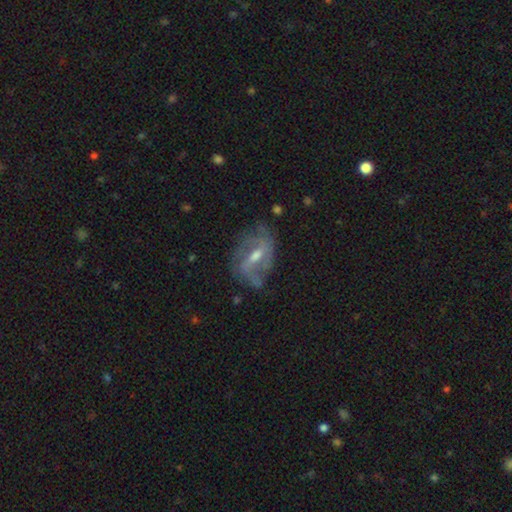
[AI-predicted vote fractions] Smooth or featured? Predicted: featured or disk (p=0.76). Edge-on disk? Predicted: no (p=0.94). Bar? Predicted: weak (p=0.48). Spiral arms? Predicted: yes (p=0.84). Spiral winding? Predicted: medium (p=0.41). Spiral arm count? Predicted: 2 (p=0.56). Bulge size? Predicted: moderate (p=0.56). Merging? Predicted: none (p=0.65).